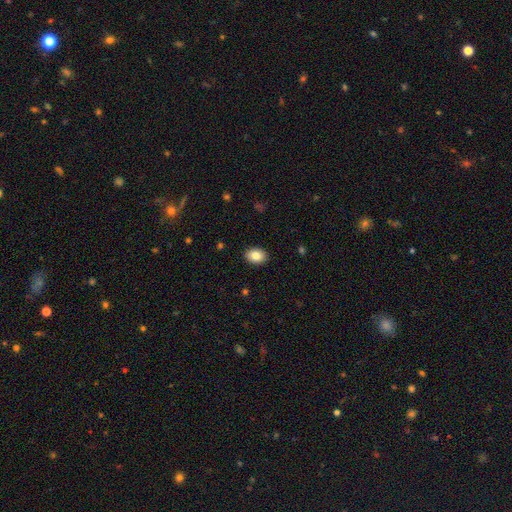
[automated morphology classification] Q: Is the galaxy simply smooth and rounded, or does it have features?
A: smooth — 85%.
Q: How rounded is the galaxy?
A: in between — 75%.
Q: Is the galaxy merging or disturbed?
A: none — 90%.